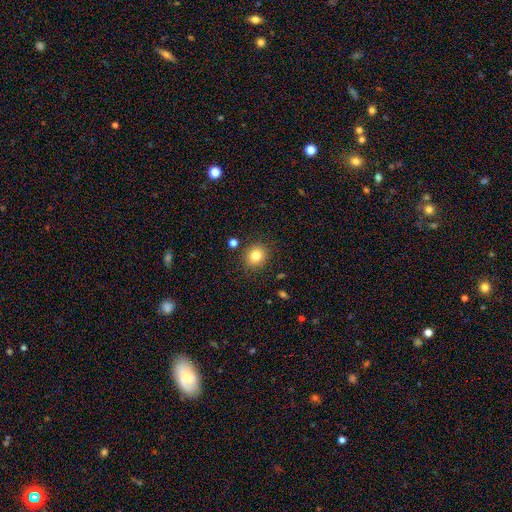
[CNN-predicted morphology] Smooth or featured? Predicted: smooth (p=0.82). How rounded? Predicted: round (p=0.81). Merging? Predicted: none (p=0.87).